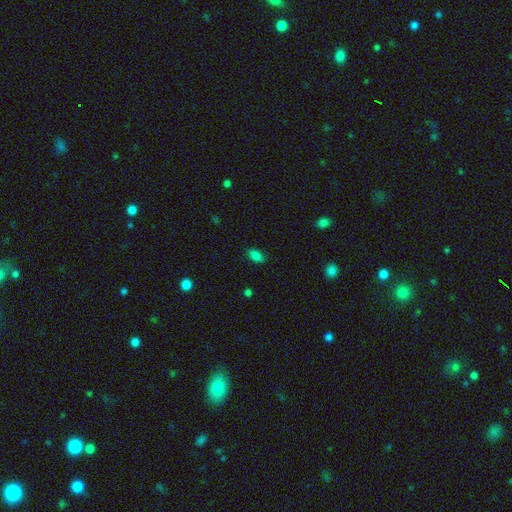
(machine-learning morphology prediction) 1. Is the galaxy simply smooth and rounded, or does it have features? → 83% smooth, 12% star or artifact, 5% featured or disk.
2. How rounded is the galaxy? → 90% in between, 7% round, 4% cigar-shaped.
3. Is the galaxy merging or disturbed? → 85% none, 11% minor disturbance, 3% major disturbance, 1% merger.